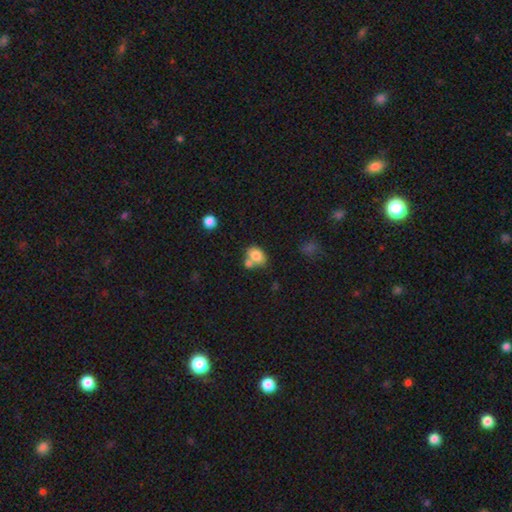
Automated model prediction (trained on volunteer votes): This appears to be a smooth galaxy with no disk features (80%) that is in between round and cigar-shaped (72%). Merging: none (44%).